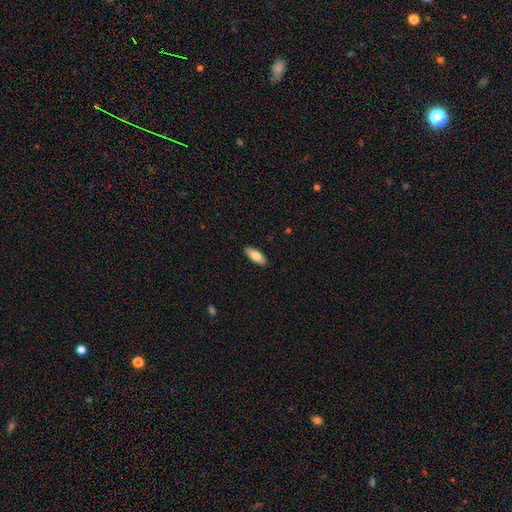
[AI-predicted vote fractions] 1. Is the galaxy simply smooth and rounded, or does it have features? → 82% smooth, 13% featured or disk, 6% star or artifact.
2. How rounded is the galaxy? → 77% in between, 21% cigar-shaped, 2% round.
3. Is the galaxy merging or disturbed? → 88% none, 9% minor disturbance, 2% major disturbance, 1% merger.